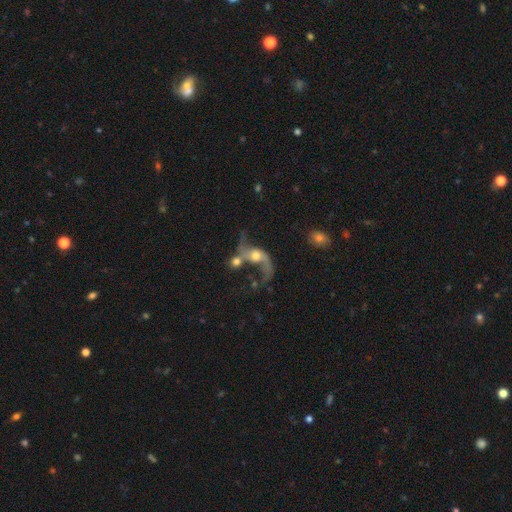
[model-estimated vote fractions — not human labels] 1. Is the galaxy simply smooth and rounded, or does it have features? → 79% featured or disk, 13% smooth, 8% star or artifact.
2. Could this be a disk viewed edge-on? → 95% no, 5% yes.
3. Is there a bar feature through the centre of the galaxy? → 64% no, 27% weak, 10% strong.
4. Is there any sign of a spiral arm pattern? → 89% yes, 11% no.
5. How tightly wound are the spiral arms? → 89% loose, 9% medium, 2% tight.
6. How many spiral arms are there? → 84% 2, 11% 1, 2% can't tell, 1% 3, 1% 4, 1% more than 4.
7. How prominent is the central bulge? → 59% moderate, 22% small, 13% large, 4% none, 3% dominant.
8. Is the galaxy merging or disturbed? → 38% merger, 30% none, 20% major disturbance, 12% minor disturbance.